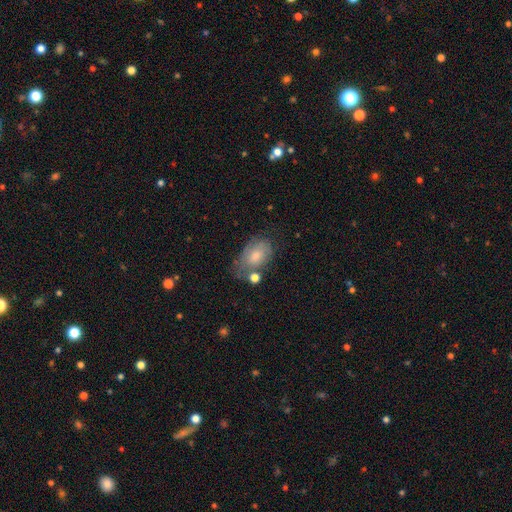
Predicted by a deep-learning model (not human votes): Overall: smooth (64%; featured or disk 28%). How rounded: in between (88%). Merging: none (45%; minor disturbance 29%).